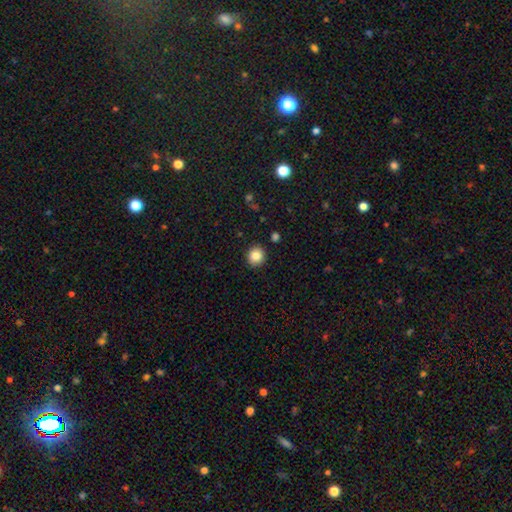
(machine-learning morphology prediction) smooth_or_featured: smooth (p=0.85) [alt: star or artifact p=0.10]
how_rounded: round (p=0.87) [alt: in between p=0.12]
merging: none (p=0.91) [alt: minor disturbance p=0.06]